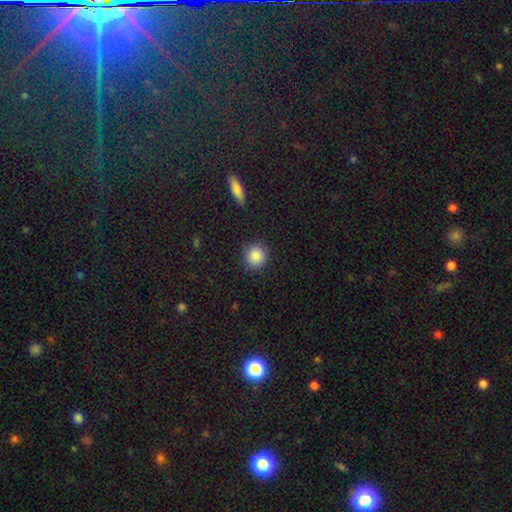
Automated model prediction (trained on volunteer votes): This is clearly a smooth galaxy (87%). How rounded: clearly round (91%). Merging: clearly none (88%).